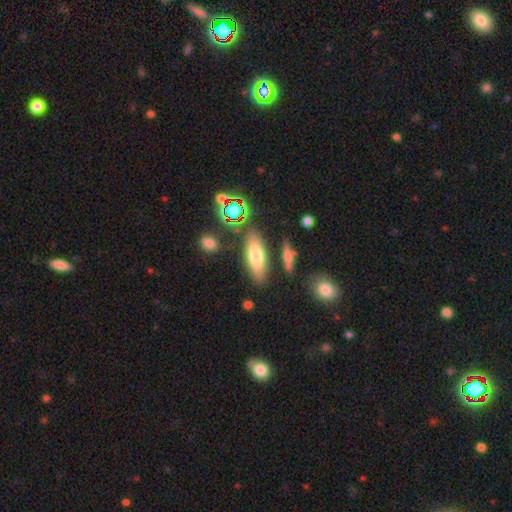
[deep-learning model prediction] Overall: smooth (68%). How rounded: in between (66%; cigar-shaped 30%). Merging: none (78%).